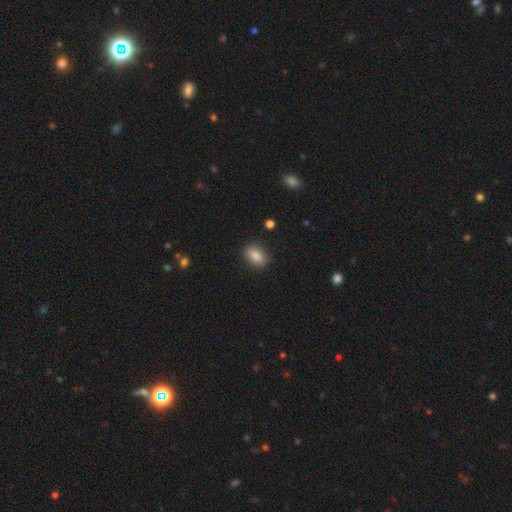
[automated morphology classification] type=smooth (86%); roundness=in between (81%); merging=none (88%).